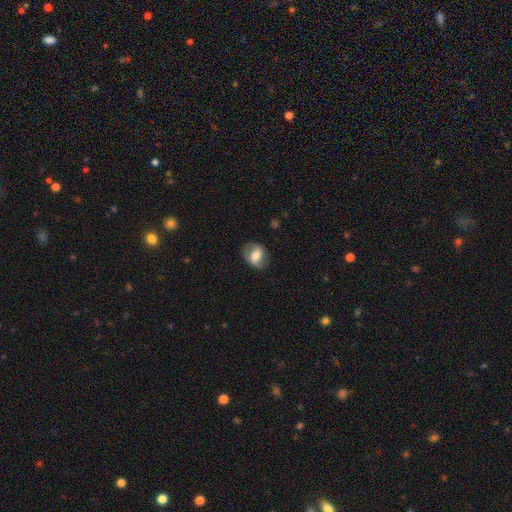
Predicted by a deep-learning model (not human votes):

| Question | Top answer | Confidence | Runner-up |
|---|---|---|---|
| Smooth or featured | smooth | 51% | featured or disk (42%) |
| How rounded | in between | 63% | round (35%) |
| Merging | none | 75% | minor disturbance (17%) |